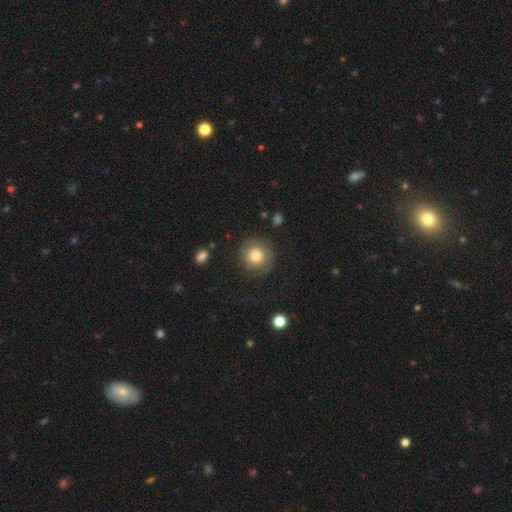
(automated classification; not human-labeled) Overall: smooth (73%). How rounded: round (92%). Merging: none (80%).